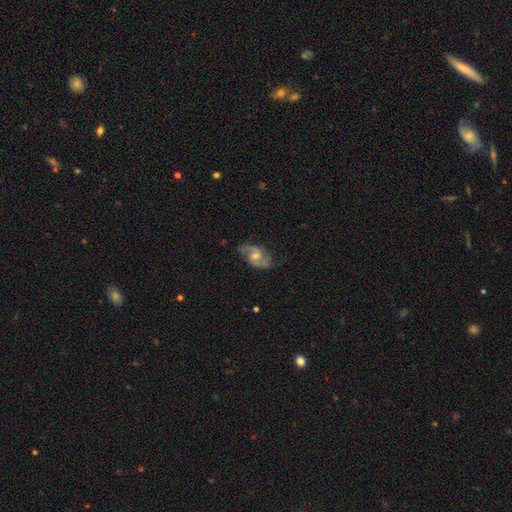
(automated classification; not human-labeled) Smooth or featured: featured or disk — 79% (smooth — 14%)
Edge-on disk: no — 96% (yes — 4%)
Bar: no — 47% (weak — 45%)
Spiral arms: yes — 94% (no — 6%)
Spiral winding: medium — 51% (loose — 31%)
Spiral arm count: 2 — 90% (can't tell — 5%)
Bulge size: moderate — 58% (small — 32%)
Merging: none — 79% (minor disturbance — 16%)